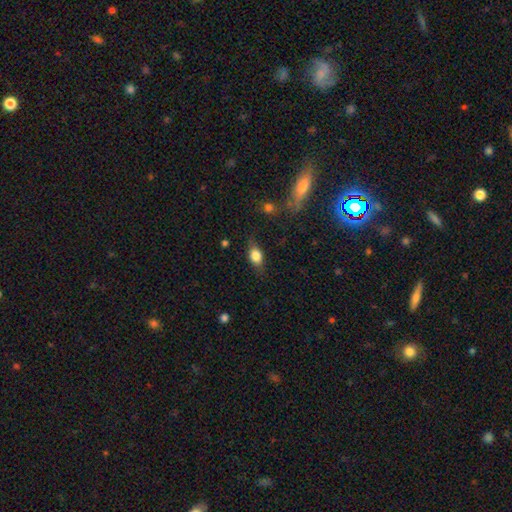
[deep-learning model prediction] smooth-or-featured: smooth: 76% | featured or disk: 15% | star or artifact: 9%
  how-rounded: in between: 76% | round: 18% | cigar-shaped: 6%
  merging: none: 73% | minor disturbance: 20% | major disturbance: 5% | merger: 2%